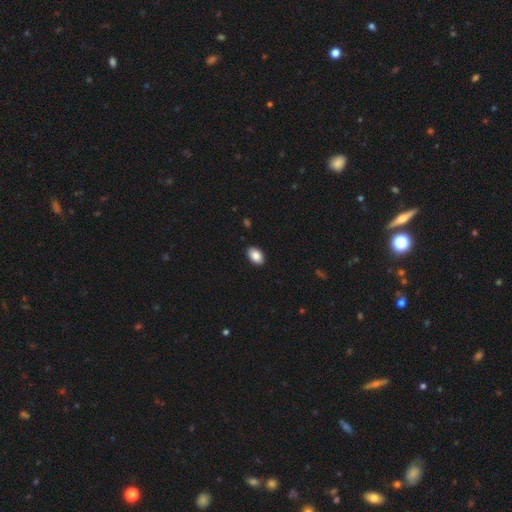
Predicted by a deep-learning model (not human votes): A smooth galaxy with no disk features (88%) that is in between round and cigar-shaped (89%). Merging: none (90%).